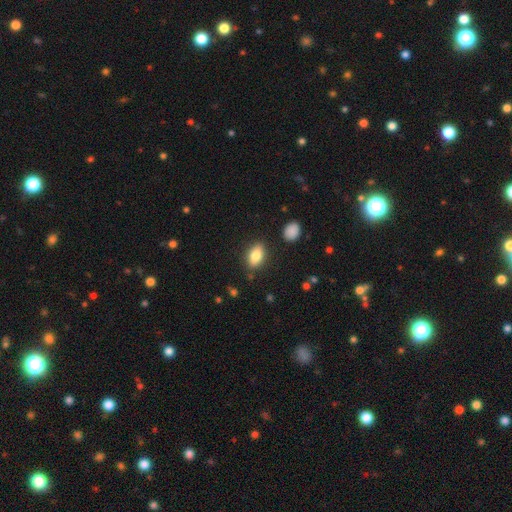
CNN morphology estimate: Smooth or featured: smooth — 80% (featured or disk — 12%)
How rounded: in between — 86% (round — 9%)
Merging: none — 85% (minor disturbance — 11%)